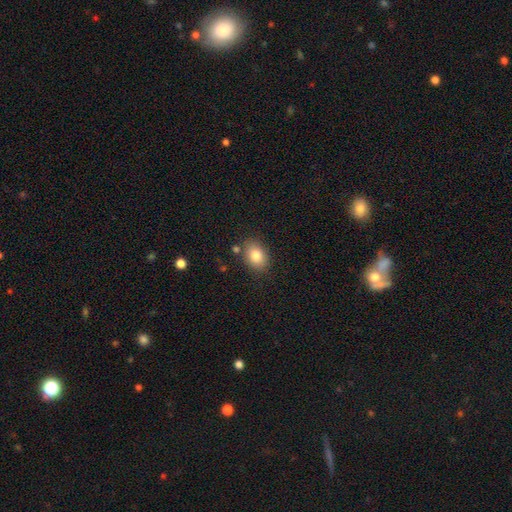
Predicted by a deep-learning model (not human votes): Smooth or featured? Predicted: smooth (p=0.83). How rounded? Predicted: in between (p=0.73). Merging? Predicted: none (p=0.81).